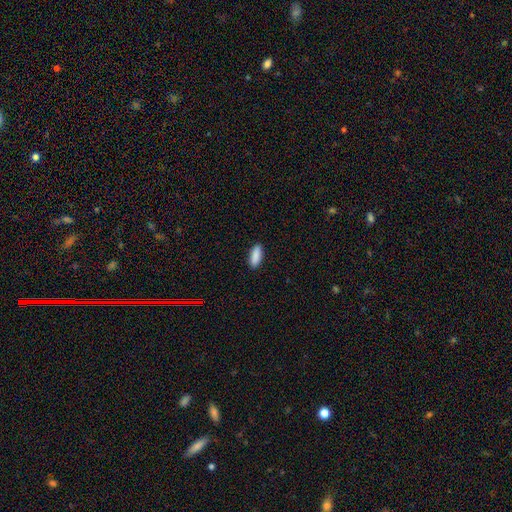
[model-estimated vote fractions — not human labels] Smooth or featured? smooth (90%)
How rounded? in between (65%)
Merging? none (90%)